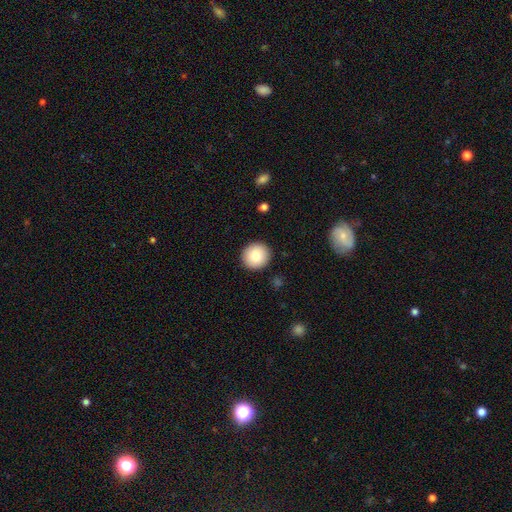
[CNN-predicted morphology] smooth-or-featured: smooth: 84% | featured or disk: 8% | star or artifact: 8%
  how-rounded: round: 92% | in between: 7% | cigar-shaped: 1%
  merging: none: 91% | minor disturbance: 6% | major disturbance: 2% | merger: 1%